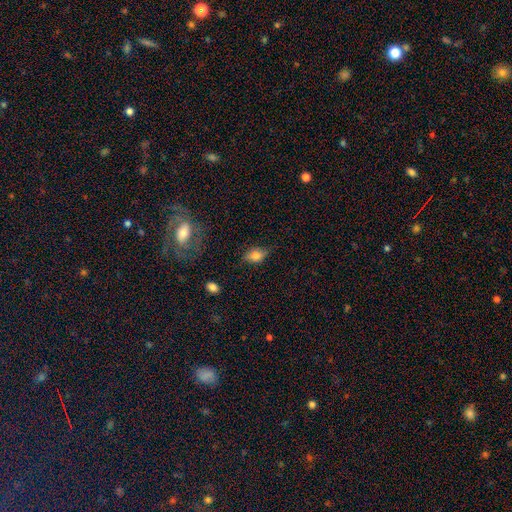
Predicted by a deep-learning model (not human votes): Smooth or featured?
  - smooth: 74% *
  - featured or disk: 16%
  - star or artifact: 9%
How rounded?
  - in between: 77% *
  - round: 20%
  - cigar-shaped: 3%
Merging?
  - none: 63% *
  - minor disturbance: 28%
  - major disturbance: 8%
  - merger: 2%